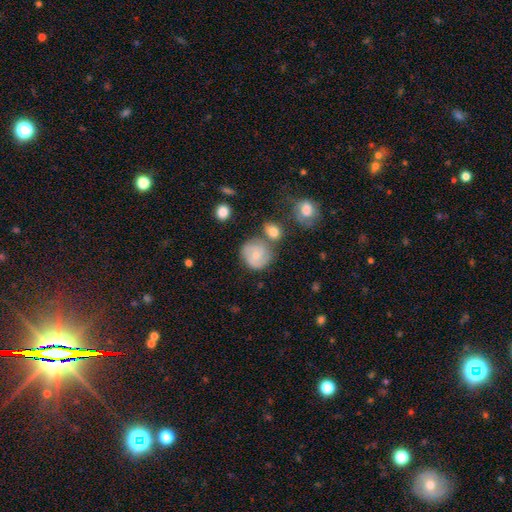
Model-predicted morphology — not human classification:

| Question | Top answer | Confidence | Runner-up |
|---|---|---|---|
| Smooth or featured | featured or disk | 55% | smooth (37%) |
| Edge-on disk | no | 98% | yes (2%) |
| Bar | no | 67% | weak (28%) |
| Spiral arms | yes | 87% | no (13%) |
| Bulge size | small | 60% | moderate (34%) |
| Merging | none | 60% | minor disturbance (18%) |